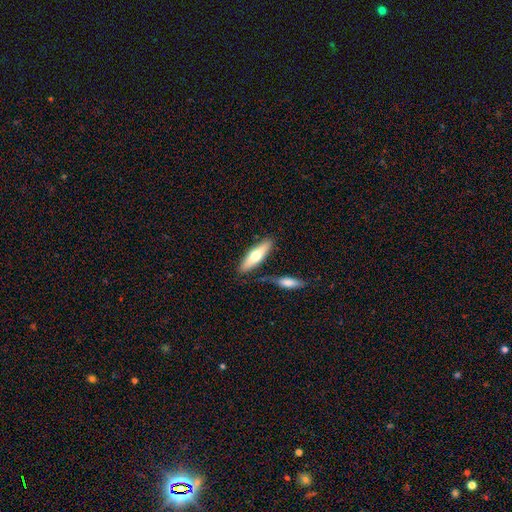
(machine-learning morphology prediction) A smooth galaxy with no disk features (60%) that is cigar-shaped (62%).

Vote fractions:
- Smooth or featured? smooth: 60% / featured or disk: 35% / star or artifact: 5%
- How rounded? cigar-shaped: 62% / in between: 36% / round: 2%
- Merging? none: 73% / merger: 13% / minor disturbance: 11% / major disturbance: 3%